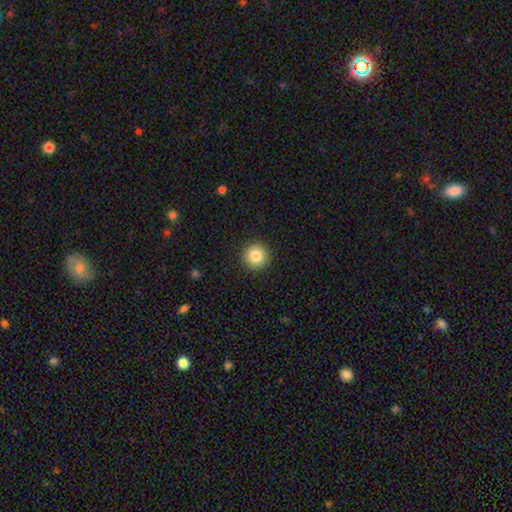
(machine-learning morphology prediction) Smooth or featured? Predicted: smooth (p=0.84). How rounded? Predicted: round (p=0.96). Merging? Predicted: none (p=0.93).